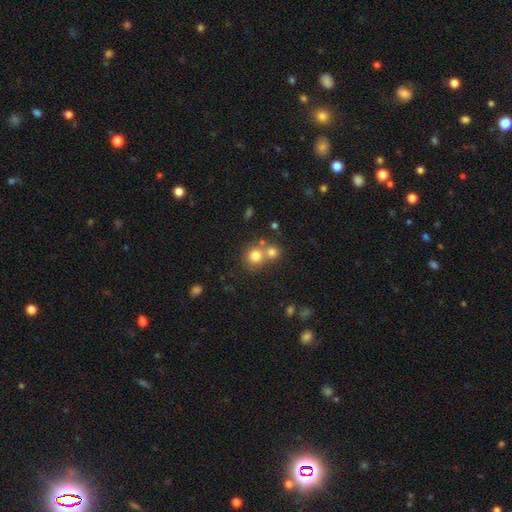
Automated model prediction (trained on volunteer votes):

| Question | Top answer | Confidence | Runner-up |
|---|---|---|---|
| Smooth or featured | smooth | 77% | star or artifact (12%) |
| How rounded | round | 86% | in between (13%) |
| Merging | none | 48% | merger (42%) |